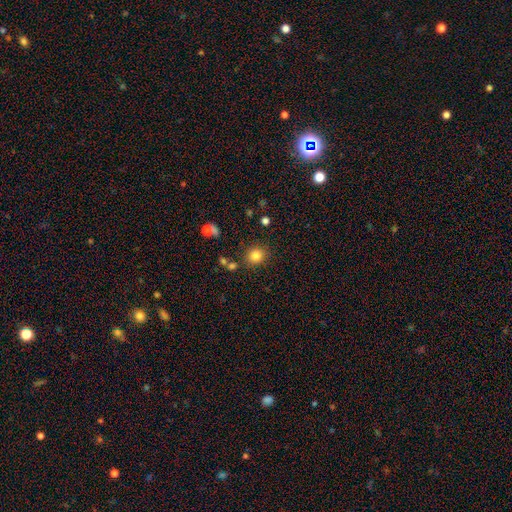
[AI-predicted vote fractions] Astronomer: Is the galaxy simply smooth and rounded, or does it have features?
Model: smooth — 82%.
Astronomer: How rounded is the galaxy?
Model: round — 82%.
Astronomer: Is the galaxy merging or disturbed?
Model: none — 83%.